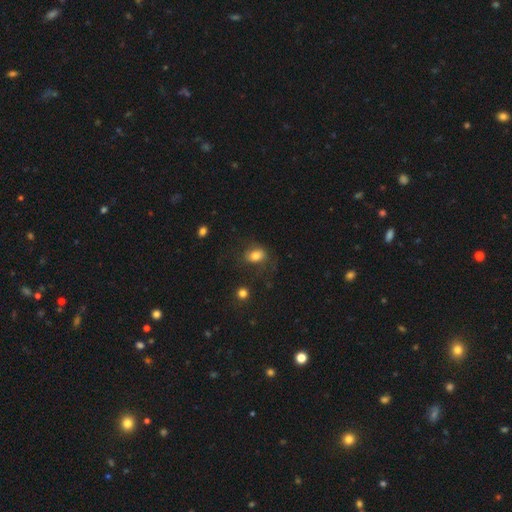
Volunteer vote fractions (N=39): smooth_or_featured: smooth (p=0.79) [alt: featured or disk p=0.15]
how_rounded: in between (p=0.58) [alt: round p=0.42]
merging: none (p=0.57) [alt: minor disturbance p=0.22]